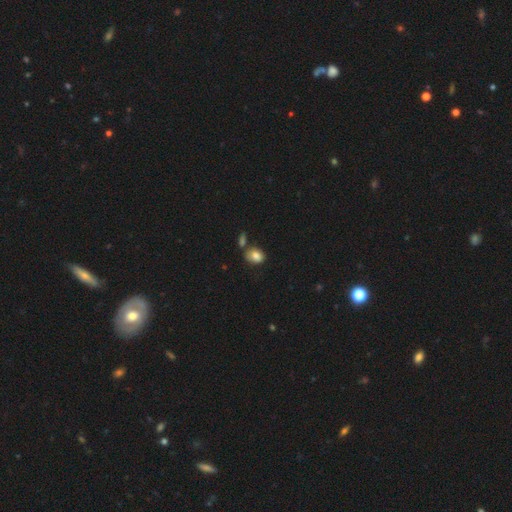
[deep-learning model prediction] Smooth or featured?
  - smooth: 84% *
  - star or artifact: 9%
  - featured or disk: 7%
How rounded?
  - in between: 65% *
  - round: 34%
  - cigar-shaped: 1%
Merging?
  - none: 62% *
  - minor disturbance: 17%
  - merger: 17%
  - major disturbance: 4%